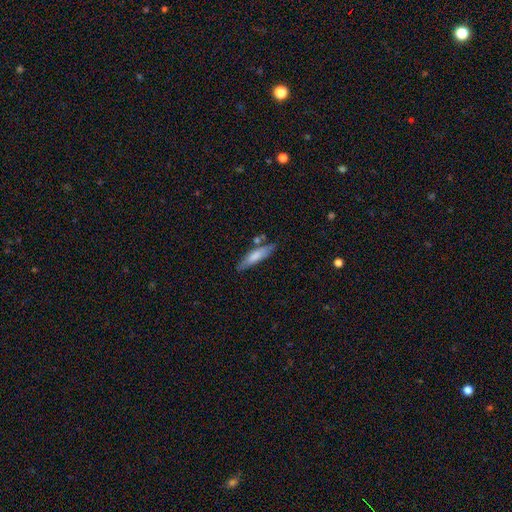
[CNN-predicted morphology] Overall: smooth (69%). How rounded: cigar-shaped (77%). Merging: none (72%).